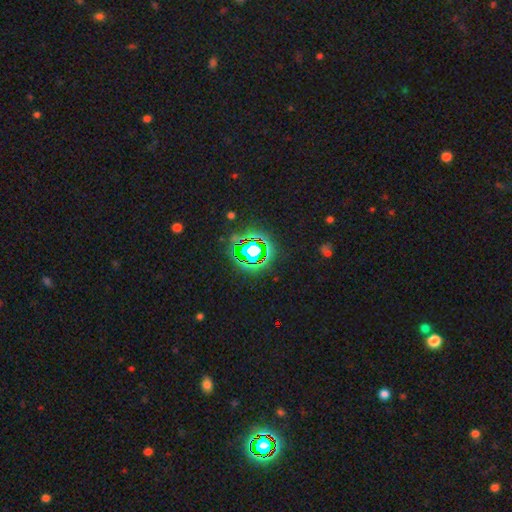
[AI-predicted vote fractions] Smooth or featured: star or artifact — 75% (smooth — 14%)